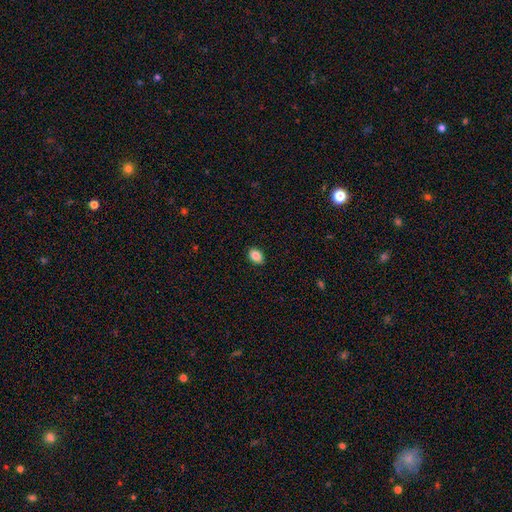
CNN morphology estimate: This appears to be a smooth galaxy with no disk features (87%) that is in between round and cigar-shaped (74%). Merging: none (90%).